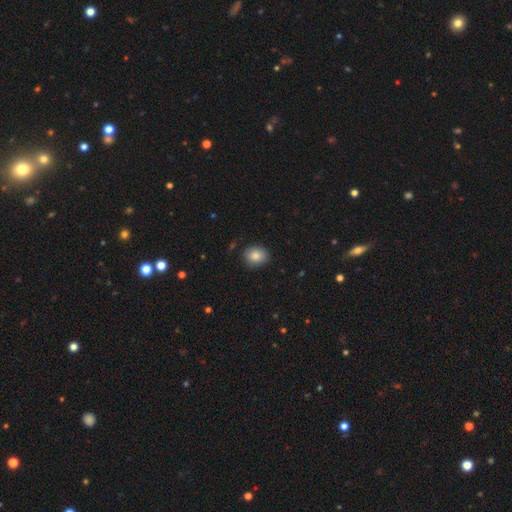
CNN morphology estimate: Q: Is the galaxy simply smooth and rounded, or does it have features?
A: smooth — 85%.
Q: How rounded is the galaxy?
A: round — 62%.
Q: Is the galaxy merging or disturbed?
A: none — 87%.